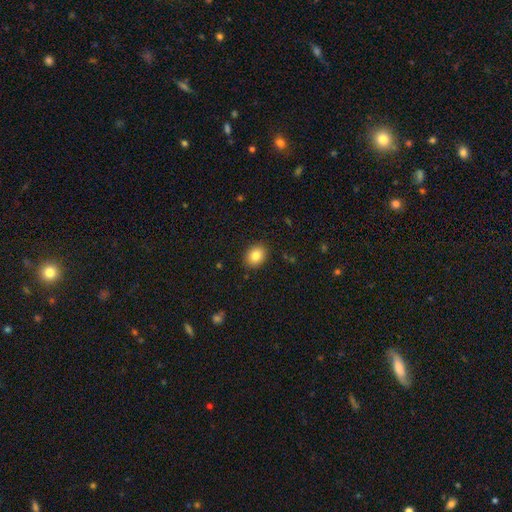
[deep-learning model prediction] A smooth galaxy with no disk features (84%) that is round (51%).

Vote fractions:
- Smooth or featured? smooth: 84% / star or artifact: 9% / featured or disk: 7%
- How rounded? round: 51% / in between: 48% / cigar-shaped: 1%
- Merging? none: 89% / minor disturbance: 8% / major disturbance: 2% / merger: 1%